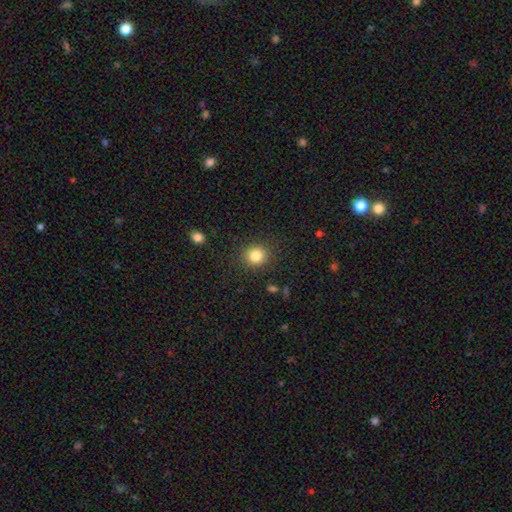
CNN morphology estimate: smooth_or_featured: smooth (p=0.83) [alt: star or artifact p=0.11]
how_rounded: round (p=0.87) [alt: in between p=0.12]
merging: none (p=0.89) [alt: minor disturbance p=0.07]